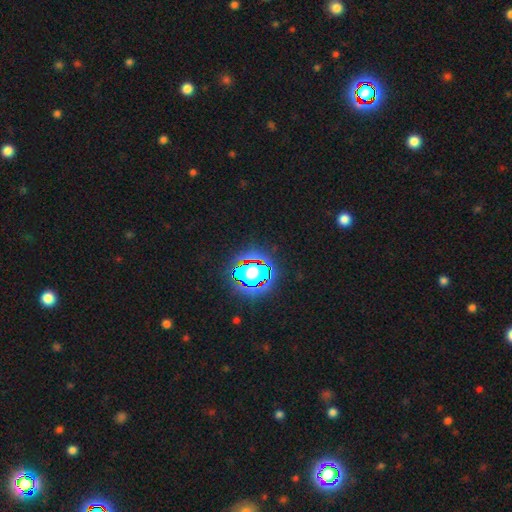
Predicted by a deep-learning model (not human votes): Smooth or featured? Predicted: star or artifact (p=0.83).